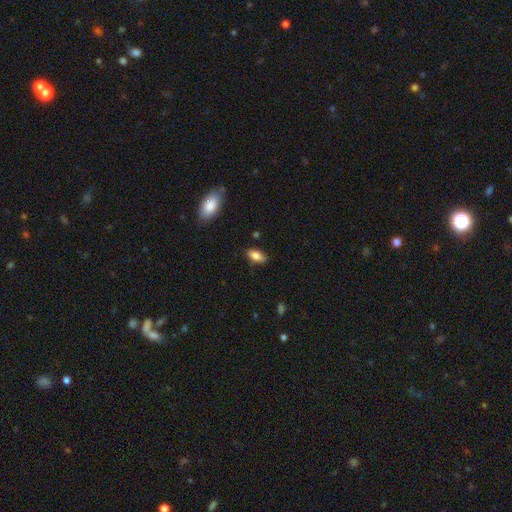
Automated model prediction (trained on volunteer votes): Smooth or featured? smooth (85%)
How rounded? in between (89%)
Merging? none (83%)